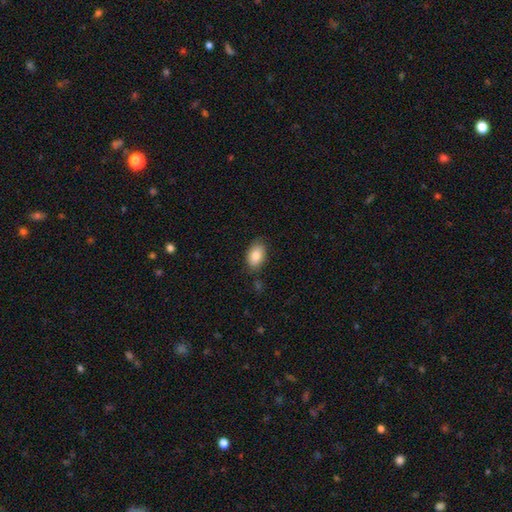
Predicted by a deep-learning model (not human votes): Smooth or featured? smooth (84%)
How rounded? in between (89%)
Merging? none (80%)